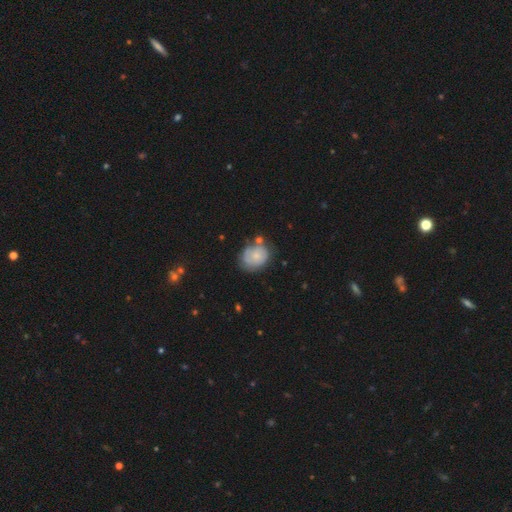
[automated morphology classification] Smooth or featured? Predicted: smooth (p=0.56). How rounded? Predicted: round (p=0.54). Merging? Predicted: none (p=0.53).